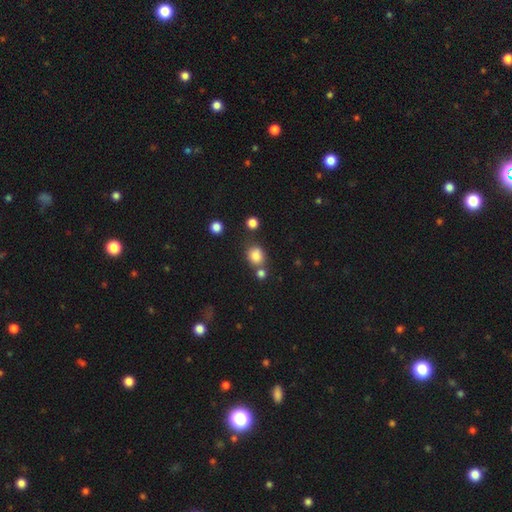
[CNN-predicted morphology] Overall: smooth (83%). How rounded: round (71%). Merging: none (66%).